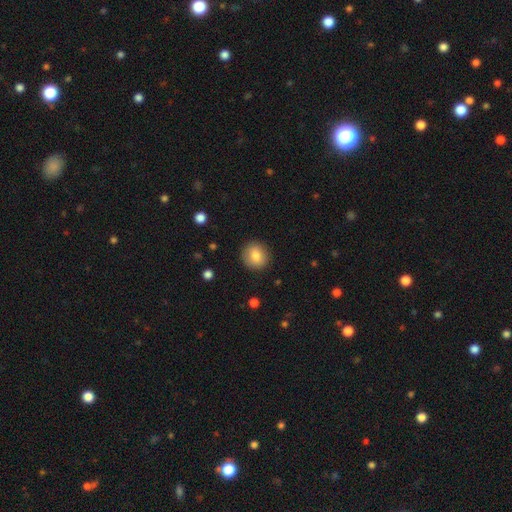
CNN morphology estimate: Smooth or featured? smooth (83%)
How rounded? round (87%)
Merging? none (89%)